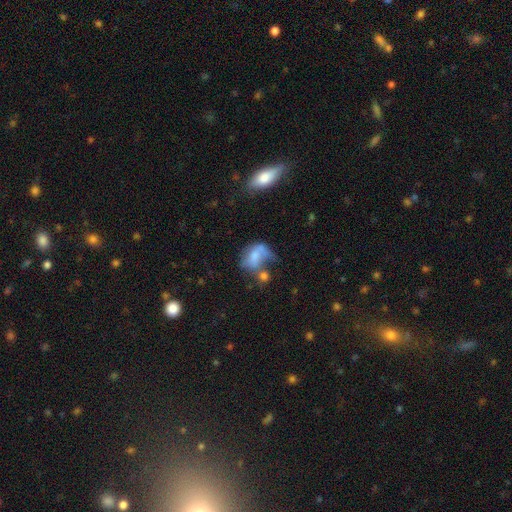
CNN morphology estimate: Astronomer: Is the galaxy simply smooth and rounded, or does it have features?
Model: smooth — 56% (runner-up: featured or disk, 33%).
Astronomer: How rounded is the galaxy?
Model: in between — 76%.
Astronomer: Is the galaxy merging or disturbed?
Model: merger — 32% (runner-up: major disturbance, 29%).